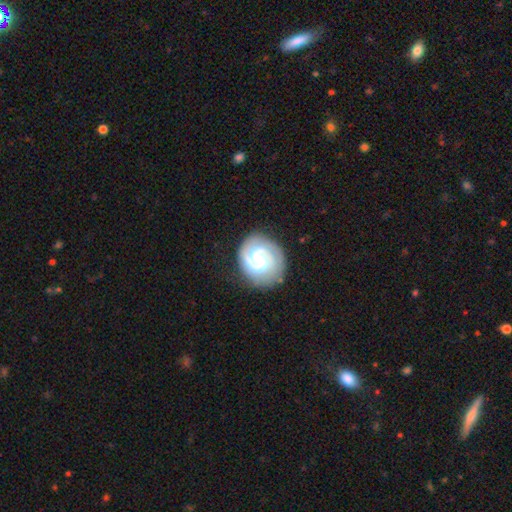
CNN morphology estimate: A featured or disk galaxy (80%) with a weak bar (50%), 2 (56%) tight (53%) spiral arms (95%) and a moderate central bulge (41%).

Vote fractions:
- Smooth or featured? featured or disk: 80% / smooth: 14% / star or artifact: 6%
- Edge-on disk? no: 98% / yes: 2%
- Bar? weak: 50% / no: 34% / strong: 16%
- Spiral arms? yes: 95% / no: 5%
- Spiral winding? tight: 53% / medium: 36% / loose: 11%
- Spiral arm count? 2: 56% / can't tell: 14% / 3: 13% / 1: 11% / 4: 3% / more than 4: 3%
- Bulge size? moderate: 41% / small: 27% / large: 20% / none: 9% / dominant: 3%
- Merging? none: 76% / minor disturbance: 14% / major disturbance: 8% / merger: 2%